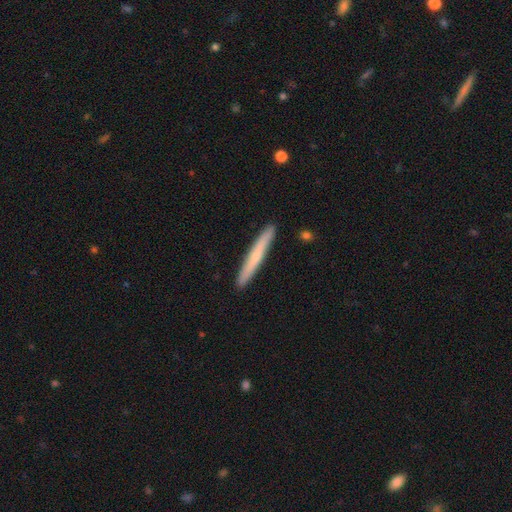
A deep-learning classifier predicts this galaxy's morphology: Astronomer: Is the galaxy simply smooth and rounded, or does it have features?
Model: smooth — 56% (runner-up: featured or disk, 38%).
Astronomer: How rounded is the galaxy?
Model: cigar-shaped — 96%.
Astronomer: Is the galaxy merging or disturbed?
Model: none — 92%.